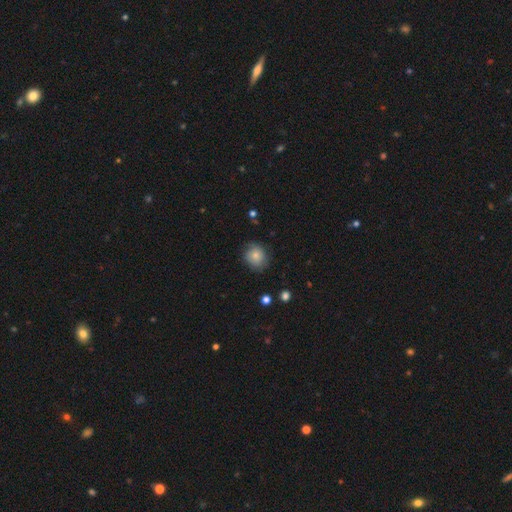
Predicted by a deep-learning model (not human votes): Morphology: type=smooth (74%); roundness=round (73%); merging=none (73%).